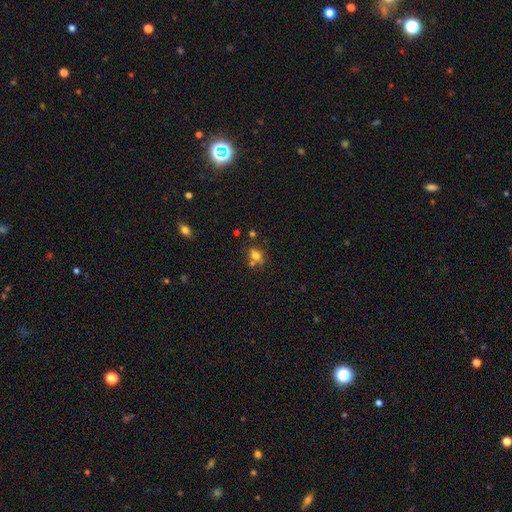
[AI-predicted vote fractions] Morphology: type=smooth (66%); roundness=round (53%); merging=none (54%).